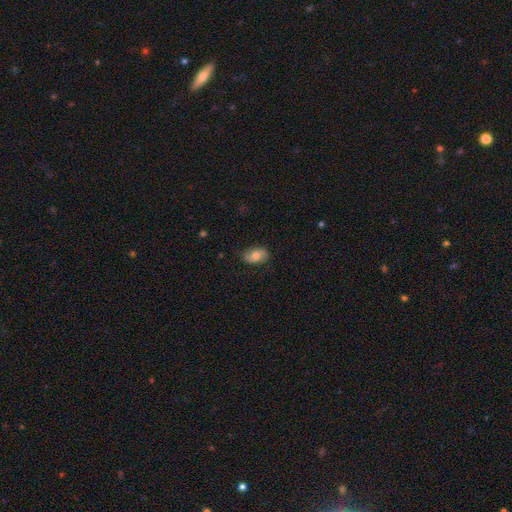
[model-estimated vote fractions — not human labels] Smooth or featured? Predicted: smooth (p=0.68). How rounded? Predicted: in between (p=0.87). Merging? Predicted: none (p=0.79).